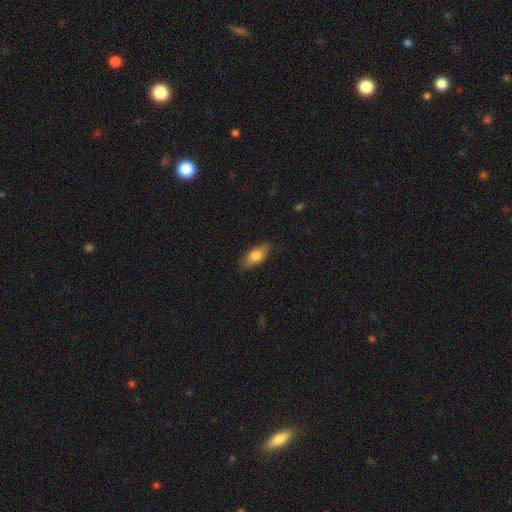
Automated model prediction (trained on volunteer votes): Q: Smooth or featured?
A: smooth (73%); runner-up: featured or disk (21%)
Q: How rounded?
A: in between (81%); runner-up: cigar-shaped (16%)
Q: Merging?
A: none (84%); runner-up: minor disturbance (12%)